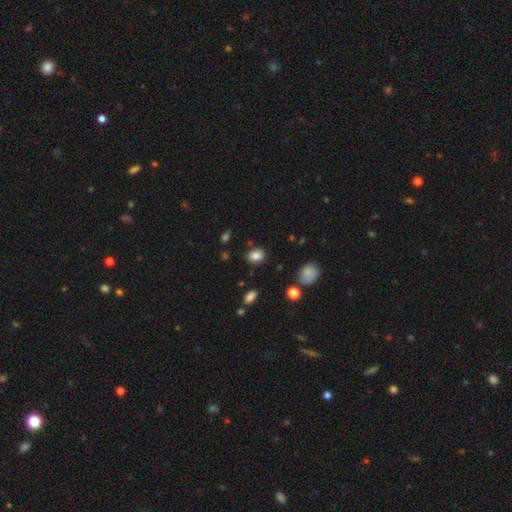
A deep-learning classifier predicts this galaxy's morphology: type=smooth (83%); roundness=in between (61%); merging=none (79%).